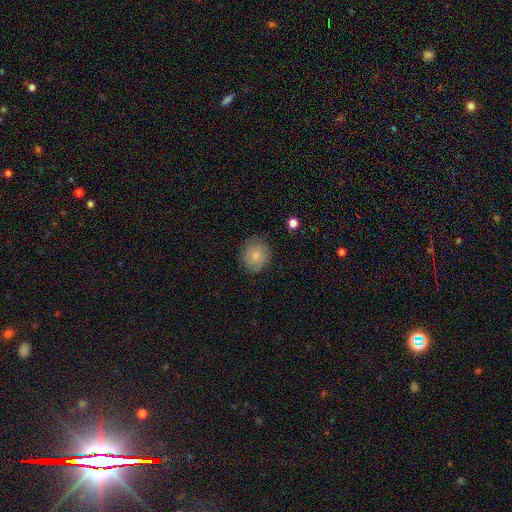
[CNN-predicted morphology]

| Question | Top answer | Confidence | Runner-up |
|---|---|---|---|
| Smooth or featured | smooth | 81% | featured or disk (11%) |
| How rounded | round | 78% | in between (21%) |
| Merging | none | 81% | minor disturbance (14%) |